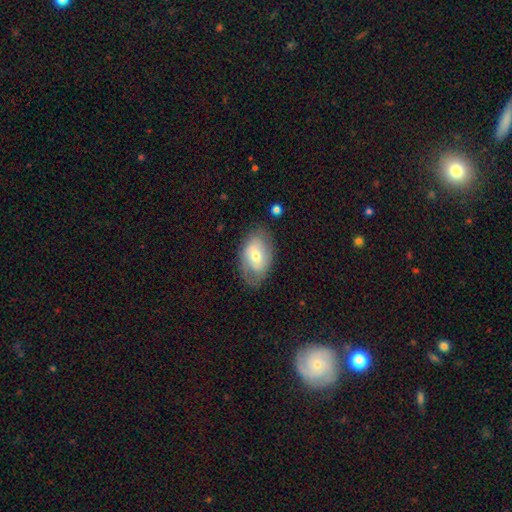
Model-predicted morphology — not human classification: Smooth or featured: smooth — 47% (featured or disk — 46%)
Merging: none — 72% (minor disturbance — 19%)